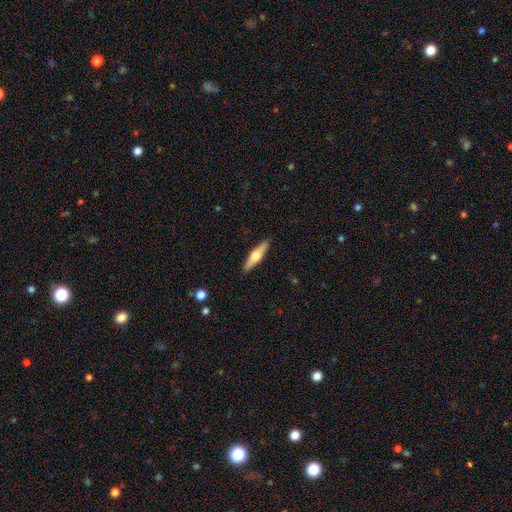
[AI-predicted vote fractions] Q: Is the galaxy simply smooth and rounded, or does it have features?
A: featured or disk — 49%.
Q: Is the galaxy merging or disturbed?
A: none — 90%.